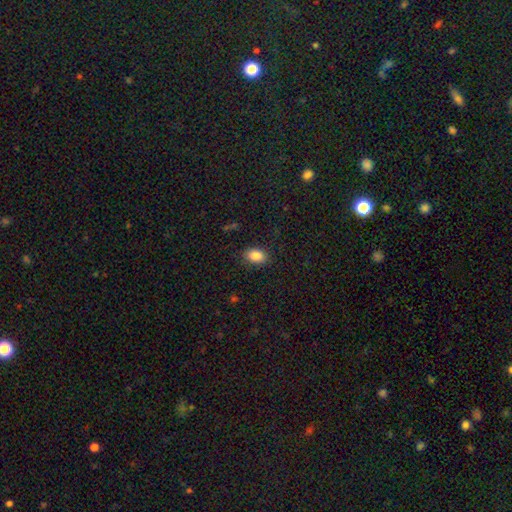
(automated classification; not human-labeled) This appears to be a smooth galaxy with no disk features (87%) that is in between round and cigar-shaped (83%). Merging: none (87%).